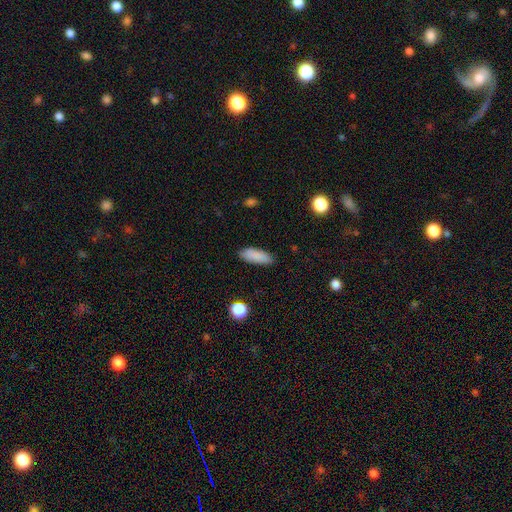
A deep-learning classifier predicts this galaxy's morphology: Smooth or featured? Predicted: smooth (p=0.88). How rounded? Predicted: in between (p=0.65). Merging? Predicted: none (p=0.85).